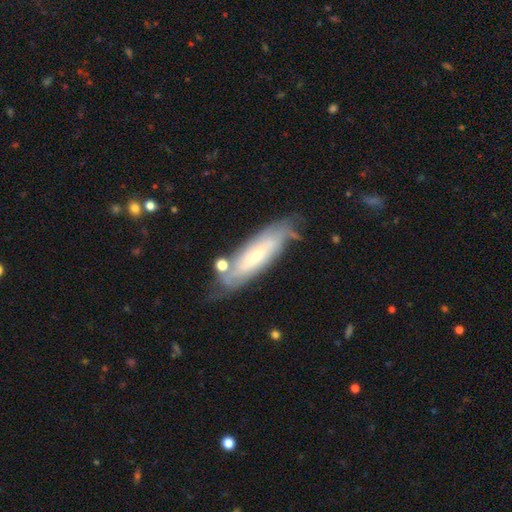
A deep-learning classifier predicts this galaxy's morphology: smooth-or-featured: featured or disk: 60% | smooth: 33% | star or artifact: 6%
  disk-edge-on: no: 70% | yes: 30%
  merging: none: 62% | minor disturbance: 23% | major disturbance: 8% | merger: 7%